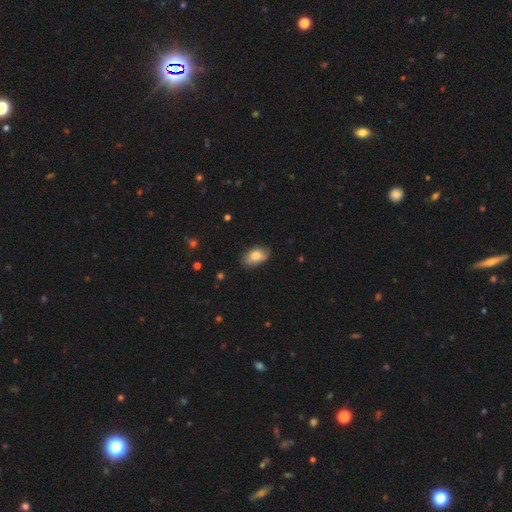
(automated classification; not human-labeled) Smooth or featured?
  - smooth: 80% *
  - featured or disk: 13%
  - star or artifact: 7%
How rounded?
  - in between: 92% *
  - round: 6%
  - cigar-shaped: 2%
Merging?
  - none: 78% *
  - minor disturbance: 18%
  - major disturbance: 3%
  - merger: 1%